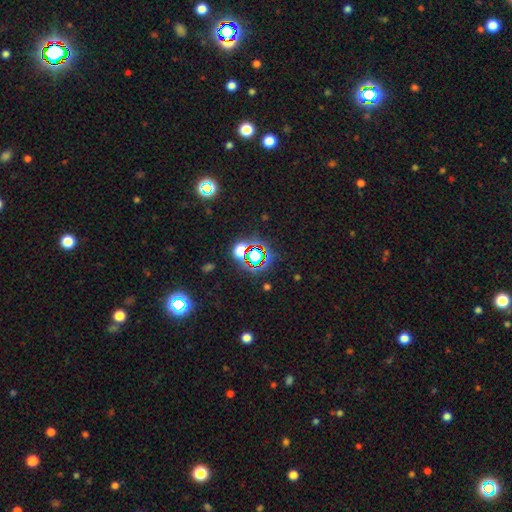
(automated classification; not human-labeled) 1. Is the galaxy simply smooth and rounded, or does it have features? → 71% star or artifact, 18% smooth, 10% featured or disk.